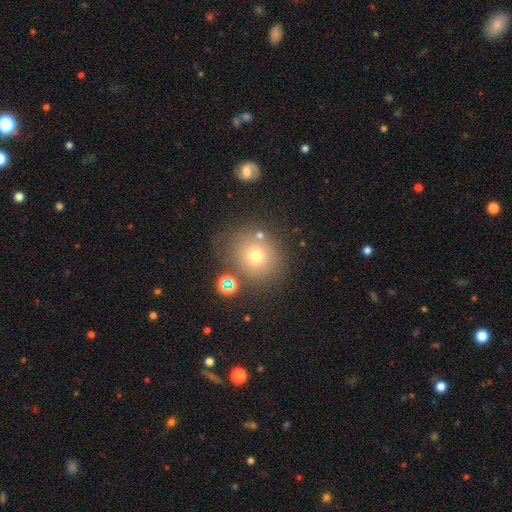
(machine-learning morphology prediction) smooth_or_featured: smooth (p=0.68) [alt: star or artifact p=0.17]
how_rounded: round (p=0.81) [alt: in between p=0.18]
merging: none (p=0.72) [alt: minor disturbance p=0.14]